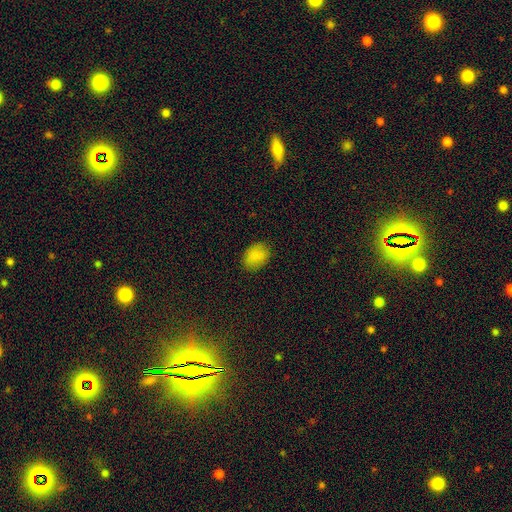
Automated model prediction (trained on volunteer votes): Smooth or featured? smooth (86%)
How rounded? in between (74%)
Merging? none (85%)